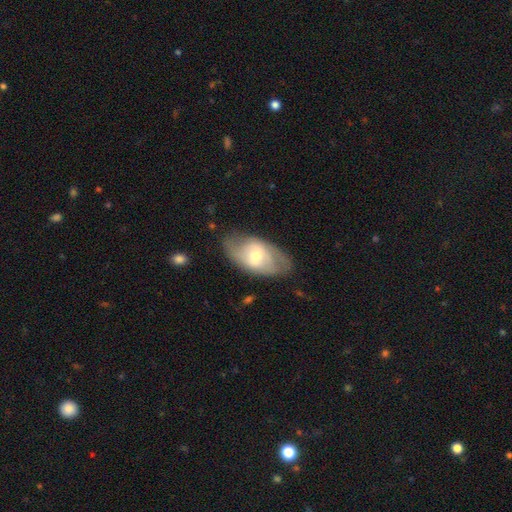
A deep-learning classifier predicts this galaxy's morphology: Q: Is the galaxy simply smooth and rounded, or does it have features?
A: featured or disk — 48%.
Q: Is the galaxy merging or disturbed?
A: none — 70%.